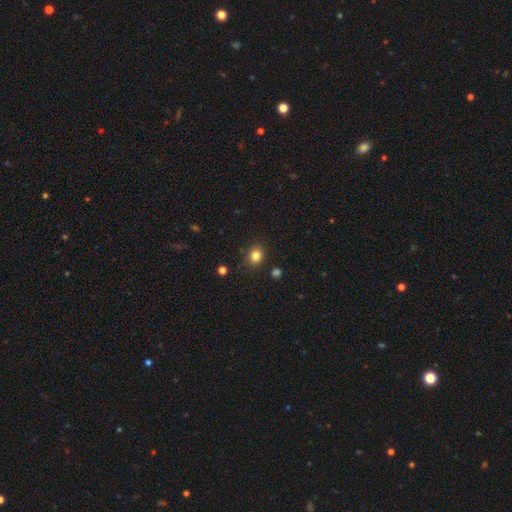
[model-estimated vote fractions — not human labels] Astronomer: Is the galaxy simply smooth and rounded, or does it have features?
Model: smooth — 83%.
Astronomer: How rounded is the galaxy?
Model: round — 61% (runner-up: in between, 38%).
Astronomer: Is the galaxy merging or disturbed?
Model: none — 84%.